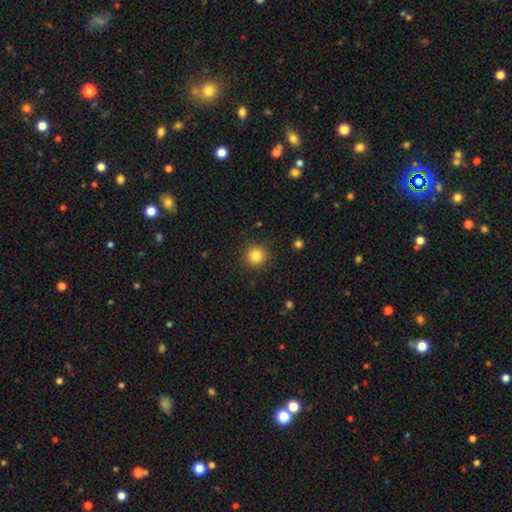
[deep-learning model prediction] Smooth or featured? Predicted: smooth (p=0.83). How rounded? Predicted: round (p=0.95). Merging? Predicted: none (p=0.91).